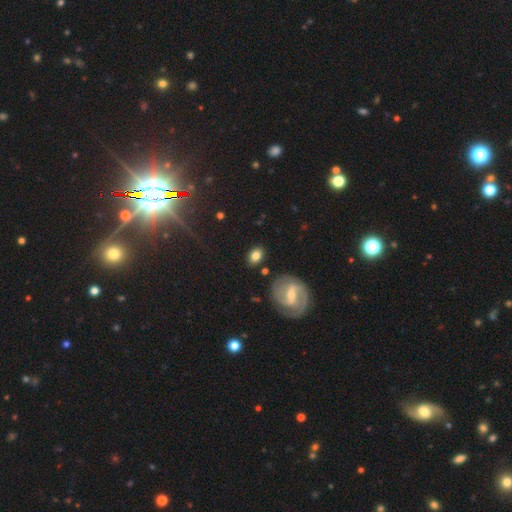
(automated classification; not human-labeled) This appears to be a smooth galaxy with no disk features (74%) that is in between round and cigar-shaped (69%). Merging: none (82%).